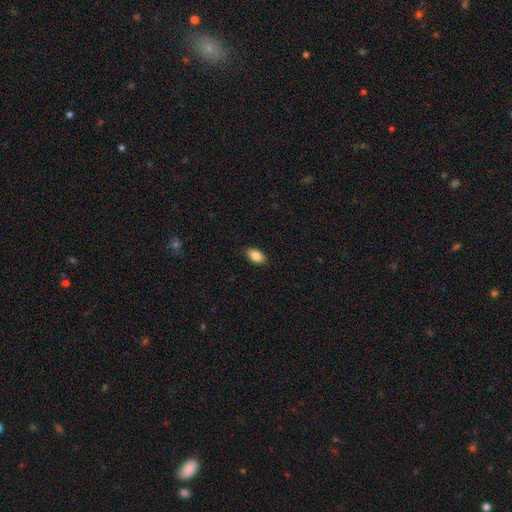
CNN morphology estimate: Q: Smooth or featured?
A: smooth (86%); runner-up: star or artifact (7%)
Q: How rounded?
A: in between (92%); runner-up: round (6%)
Q: Merging?
A: none (89%); runner-up: minor disturbance (9%)